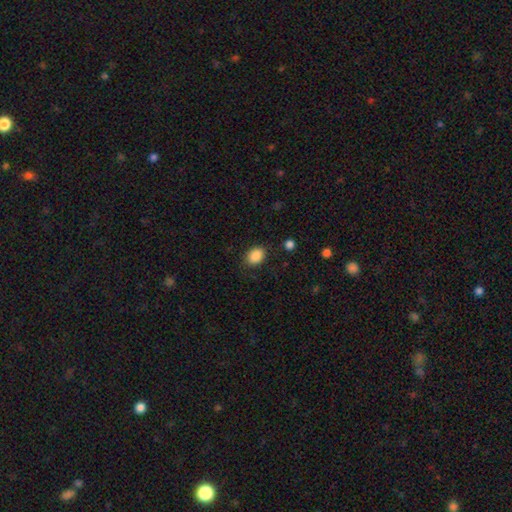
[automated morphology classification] smooth 88%, star or artifact 8%, featured or disk 3%. Down the decision tree: how rounded — in between (69%); merging — none (83%).